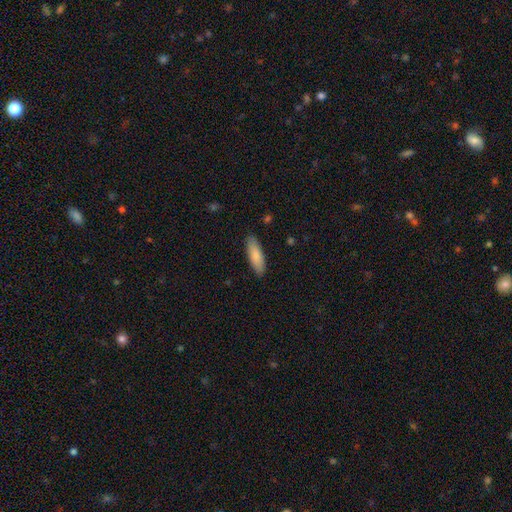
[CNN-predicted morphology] A smooth galaxy with no disk features (83%) that is in between round and cigar-shaped (54%). Merging: none (88%).